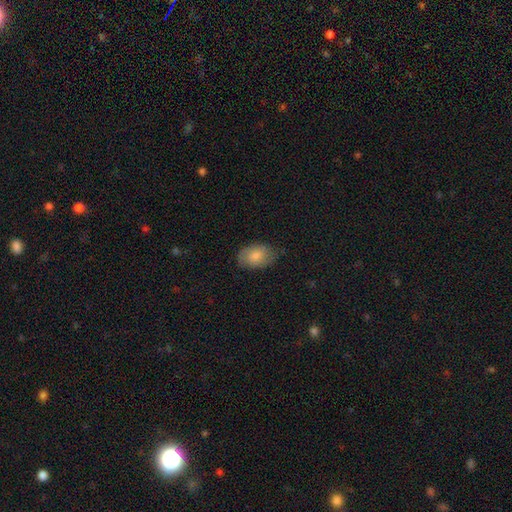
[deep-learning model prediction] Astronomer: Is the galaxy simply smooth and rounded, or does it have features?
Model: smooth — 75%.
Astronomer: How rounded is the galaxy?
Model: in between — 86%.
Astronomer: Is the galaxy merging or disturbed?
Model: none — 74%.